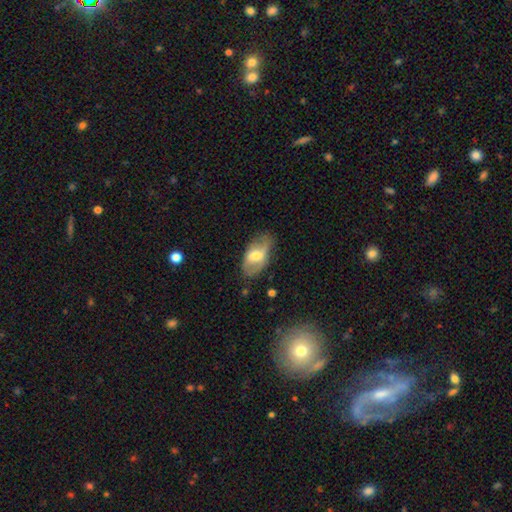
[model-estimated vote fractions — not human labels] This is possibly a smooth galaxy (47%). Merging: likely none (69%).